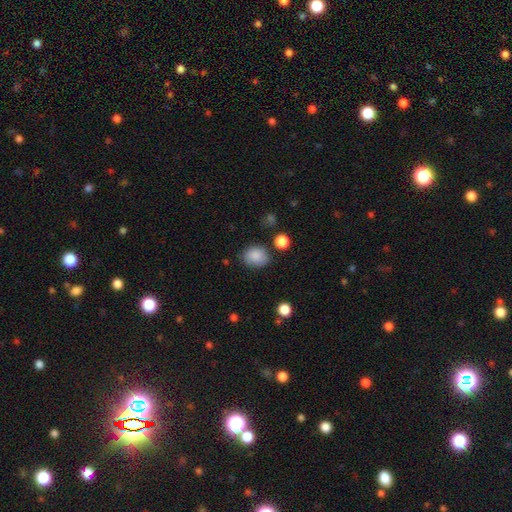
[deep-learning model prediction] This is clearly a smooth galaxy (87%). How rounded: possibly round (52%). Merging: likely none (75%).